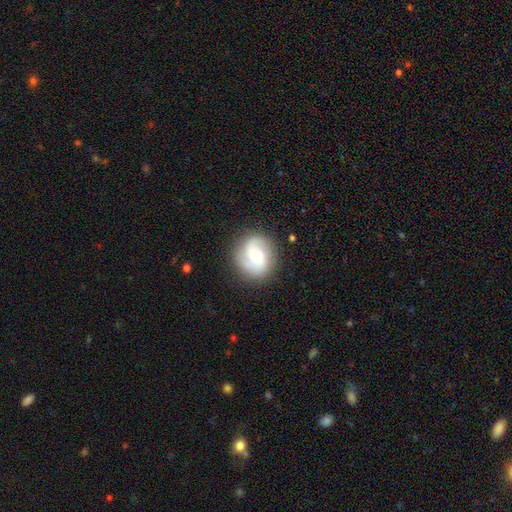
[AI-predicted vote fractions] Smooth or featured?
  - featured or disk: 66% *
  - smooth: 26%
  - star or artifact: 7%
Edge-on disk?
  - no: 98% *
  - yes: 2%
Bar?
  - no: 59% *
  - weak: 33%
  - strong: 8%
Spiral arms?
  - yes: 93% *
  - no: 7%
Spiral winding?
  - medium: 45% *
  - loose: 29%
  - tight: 25%
Spiral arm count?
  - 2: 64% *
  - 3: 18%
  - can't tell: 9%
  - 1: 3%
  - 4: 3%
  - more than 4: 2%
Bulge size?
  - moderate: 53% *
  - small: 40%
  - large: 5%
  - none: 1%
  - dominant: 1%
Merging?
  - none: 83% *
  - minor disturbance: 11%
  - major disturbance: 4%
  - merger: 1%